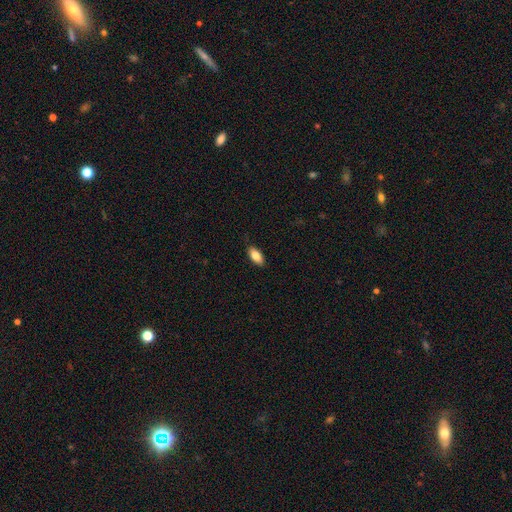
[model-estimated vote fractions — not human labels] Smooth or featured: smooth — 83% (featured or disk — 10%)
How rounded: in between — 89% (cigar-shaped — 8%)
Merging: none — 86% (minor disturbance — 11%)